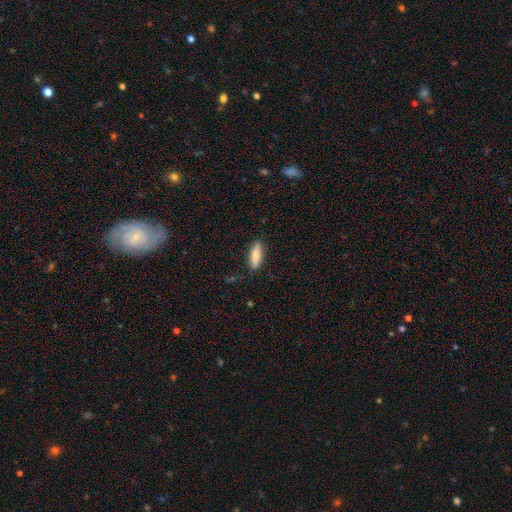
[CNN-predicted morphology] A smooth galaxy with no disk features (80%) that is in between round and cigar-shaped (54%). Merging: none (85%).